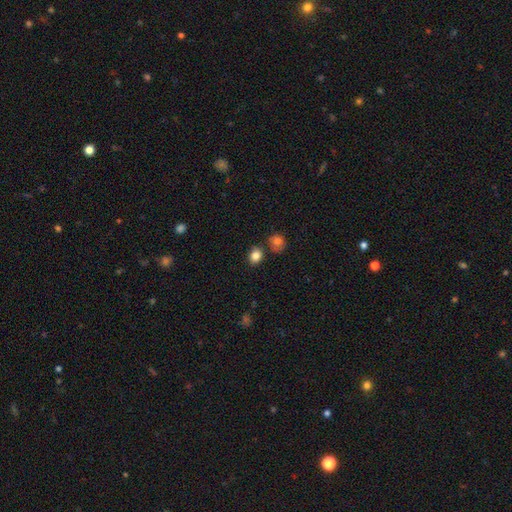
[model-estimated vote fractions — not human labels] Morphology: type=smooth (83%); roundness=round (57%); merging=none (74%).